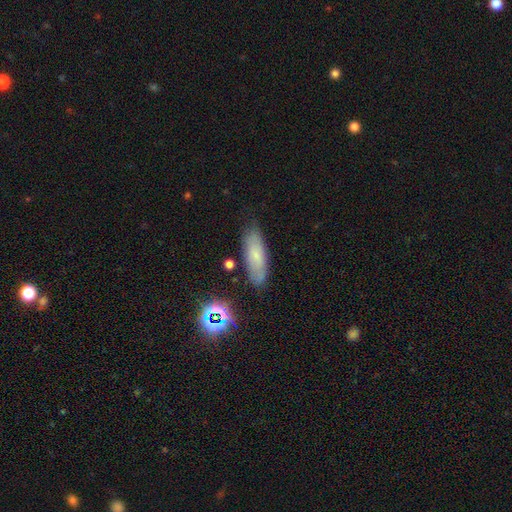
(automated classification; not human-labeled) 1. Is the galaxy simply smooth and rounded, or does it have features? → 66% smooth, 22% featured or disk, 12% star or artifact.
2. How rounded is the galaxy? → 61% in between, 37% cigar-shaped, 3% round.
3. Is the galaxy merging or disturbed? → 77% none, 16% minor disturbance, 4% major disturbance, 3% merger.